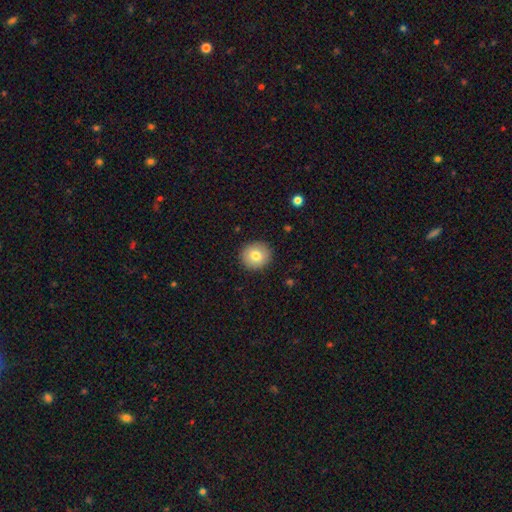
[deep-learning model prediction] A smooth galaxy with no disk features (79%) that is round (91%). Merging: none (91%).